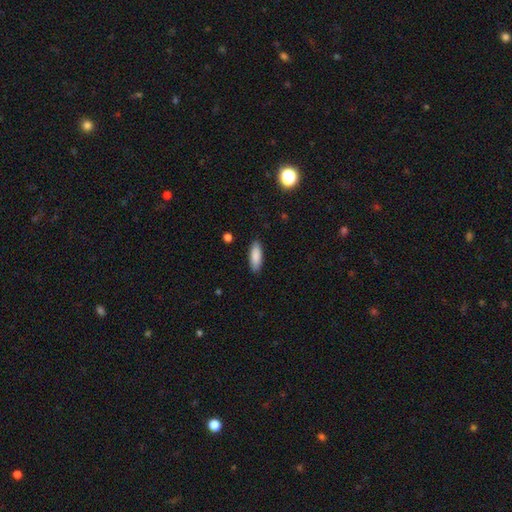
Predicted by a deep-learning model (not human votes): Overall: smooth (88%). How rounded: in between (64%; cigar-shaped 34%). Merging: none (88%).